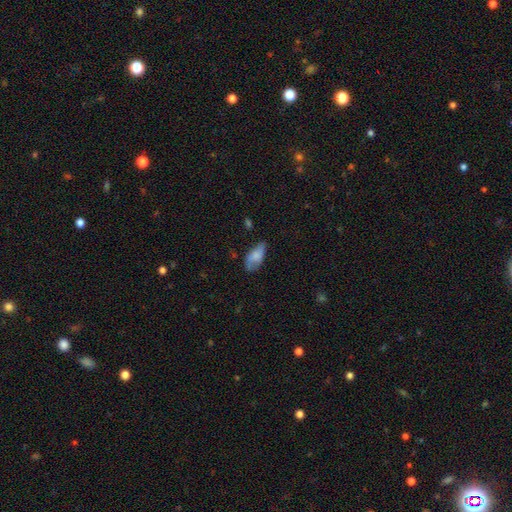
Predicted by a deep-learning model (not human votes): Smooth or featured: smooth — 72% (featured or disk — 20%)
How rounded: in between — 87% (cigar-shaped — 10%)
Merging: none — 53% (minor disturbance — 33%)